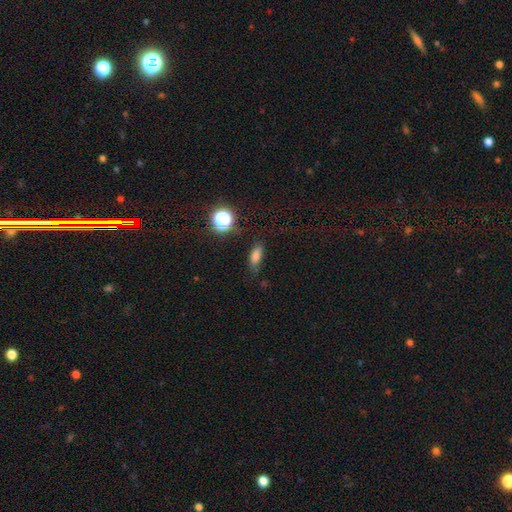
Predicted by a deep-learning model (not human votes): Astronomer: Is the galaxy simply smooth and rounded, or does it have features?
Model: smooth — 75%.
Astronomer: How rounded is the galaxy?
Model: in between — 65%.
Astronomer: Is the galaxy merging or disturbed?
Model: none — 70%.